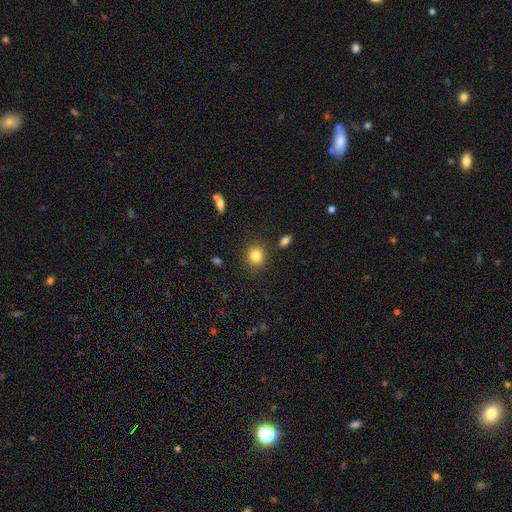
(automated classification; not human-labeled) Q: Smooth or featured?
A: smooth (84%); runner-up: star or artifact (10%)
Q: How rounded?
A: round (81%); runner-up: in between (18%)
Q: Merging?
A: none (87%); runner-up: minor disturbance (8%)